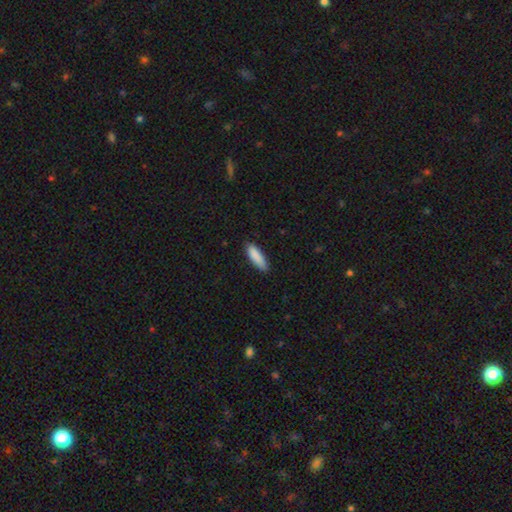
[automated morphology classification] Q: Smooth or featured?
A: smooth (89%); runner-up: star or artifact (6%)
Q: How rounded?
A: cigar-shaped (55%); runner-up: in between (43%)
Q: Merging?
A: none (83%); runner-up: minor disturbance (14%)